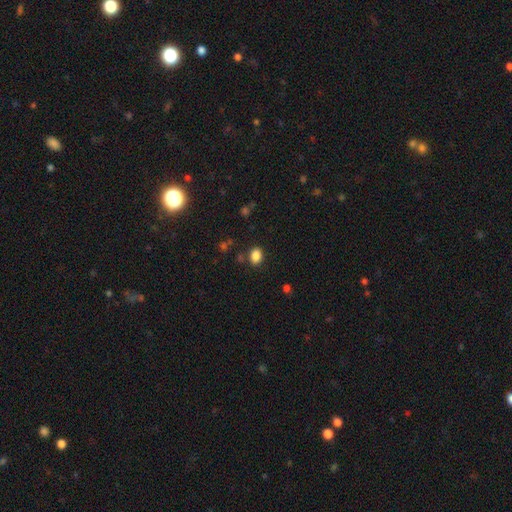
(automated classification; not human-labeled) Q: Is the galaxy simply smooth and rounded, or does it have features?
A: smooth — 85%.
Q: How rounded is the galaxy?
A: in between — 73%.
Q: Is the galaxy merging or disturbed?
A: none — 82%.